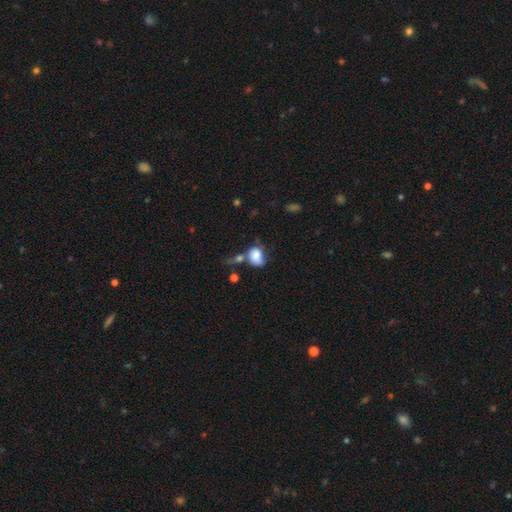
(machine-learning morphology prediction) Smooth or featured? Predicted: smooth (p=0.74). How rounded? Predicted: in between (p=0.65). Merging? Predicted: merger (p=0.27).